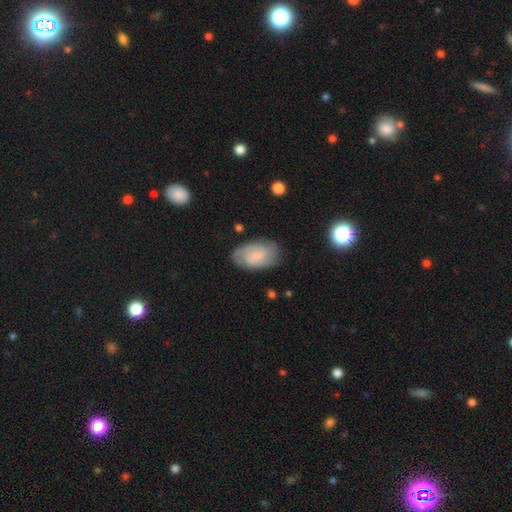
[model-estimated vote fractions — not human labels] This is possibly a featured or disk galaxy (51%). It is clearly not viewed edge-on (96%). Merging: likely none (76%).